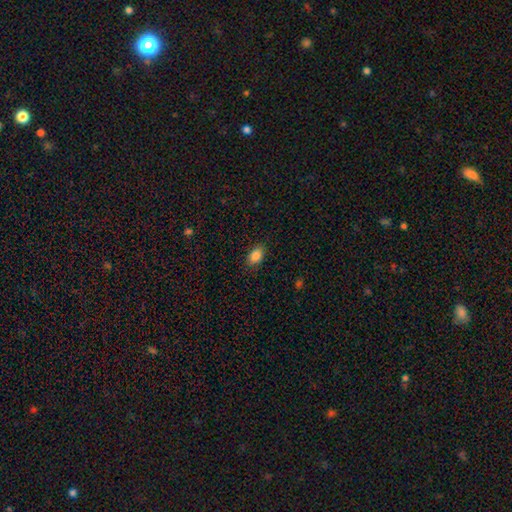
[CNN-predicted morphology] Overall: smooth (87%). How rounded: in between (87%). Merging: none (86%).